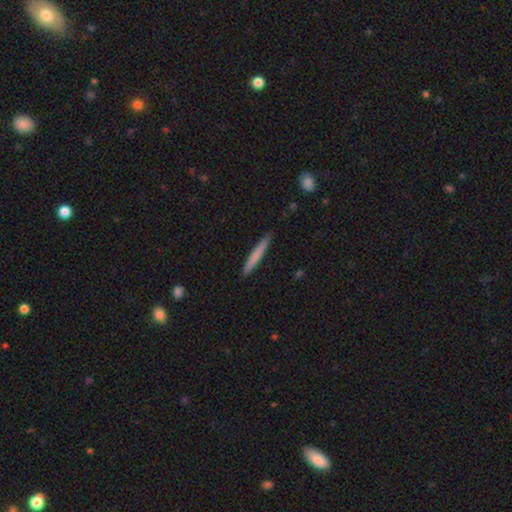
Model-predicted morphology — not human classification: smooth 73%, featured or disk 22%, star or artifact 5%. Down the decision tree: how rounded — cigar-shaped (96%); merging — none (89%).